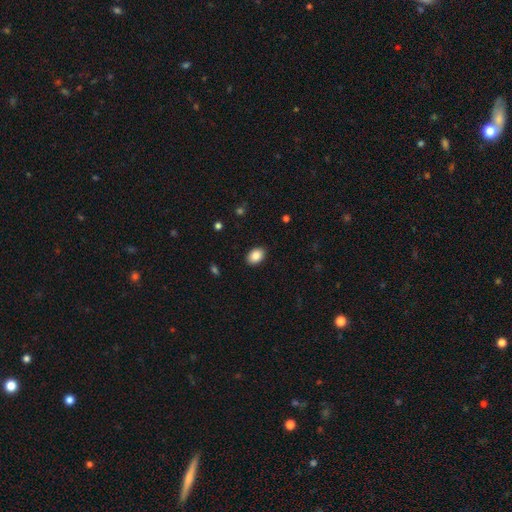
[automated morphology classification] A smooth galaxy with no disk features (87%) that is in between round and cigar-shaped (80%). Merging: none (88%).